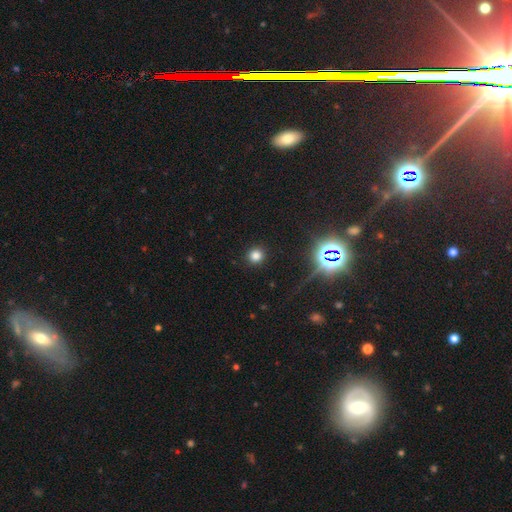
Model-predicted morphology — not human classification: Smooth or featured?
  - smooth: 77% *
  - star or artifact: 18%
  - featured or disk: 5%
How rounded?
  - round: 93% *
  - in between: 6%
  - cigar-shaped: 1%
Merging?
  - none: 92% *
  - minor disturbance: 5%
  - major disturbance: 2%
  - merger: 1%